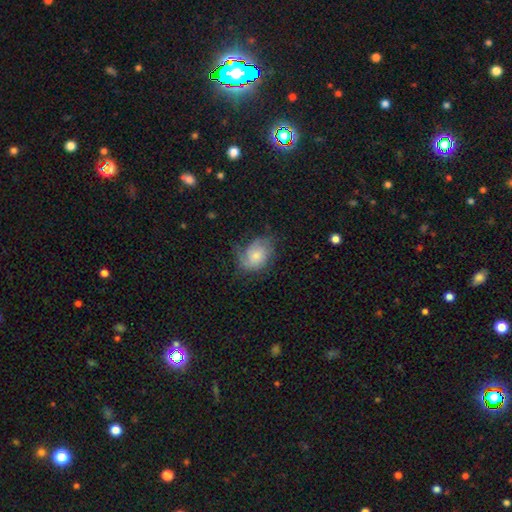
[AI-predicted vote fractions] Smooth or featured?
  - featured or disk: 49% *
  - smooth: 44%
  - star or artifact: 8%
Merging?
  - none: 49% *
  - minor disturbance: 29%
  - major disturbance: 21%
  - merger: 2%